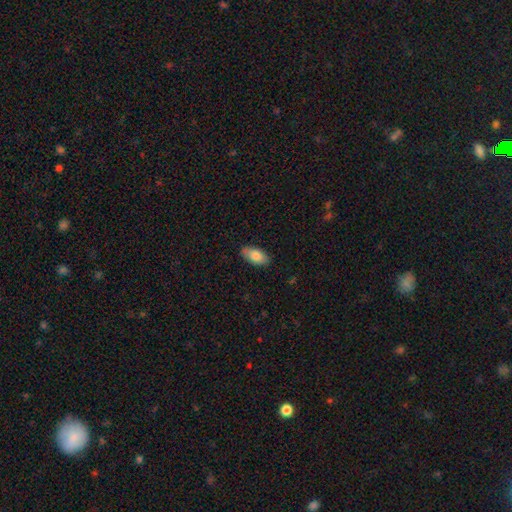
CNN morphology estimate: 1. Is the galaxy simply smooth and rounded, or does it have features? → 82% smooth, 11% featured or disk, 6% star or artifact.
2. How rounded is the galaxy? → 93% in between, 4% cigar-shaped, 3% round.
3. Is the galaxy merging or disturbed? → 85% none, 11% minor disturbance, 2% major disturbance, 1% merger.